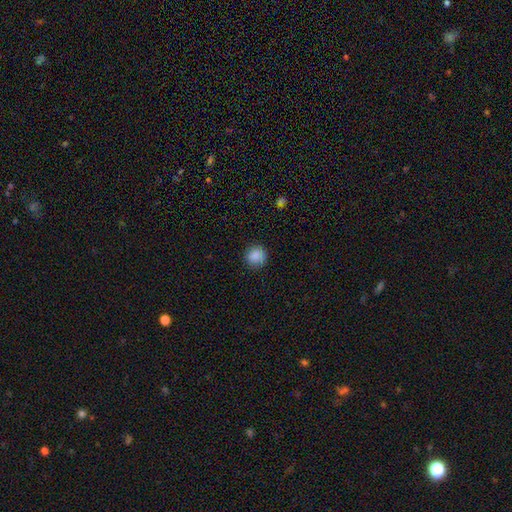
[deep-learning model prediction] Morphology: type=smooth (87%); roundness=round (91%); merging=none (87%).